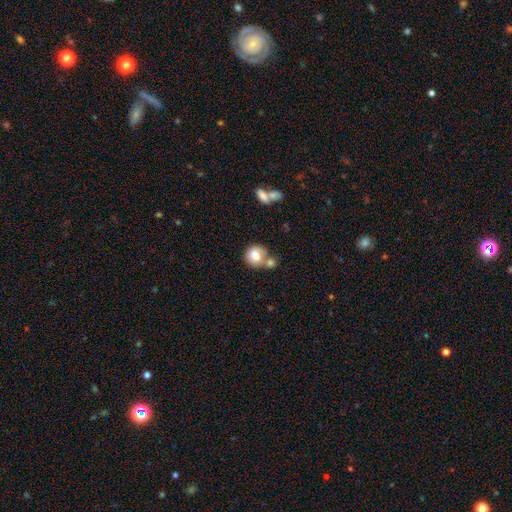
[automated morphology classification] A smooth galaxy with no disk features (78%) that is round (80%).

Vote fractions:
- Smooth or featured? smooth: 78% / featured or disk: 14% / star or artifact: 8%
- How rounded? round: 80% / in between: 19% / cigar-shaped: 1%
- Merging? none: 46% / merger: 37% / minor disturbance: 12% / major disturbance: 4%